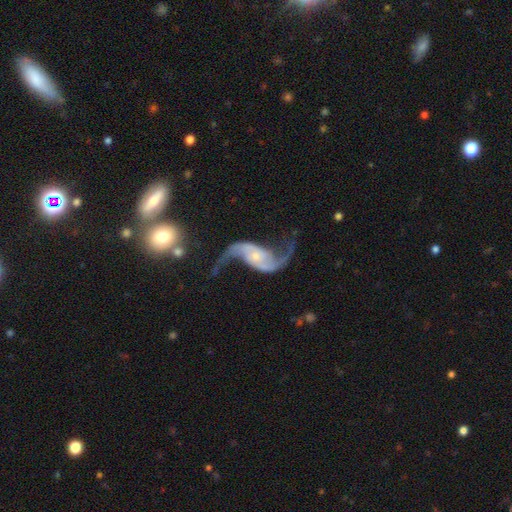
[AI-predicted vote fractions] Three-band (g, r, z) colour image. It shows a featured or disk galaxy (92%) with no bar (53%), 2 (94%) loose (86%) spiral arms (97%) and a small central bulge (66%). Merging: none (68%).